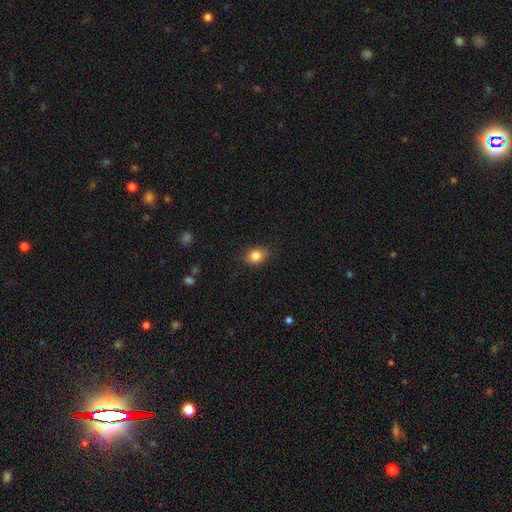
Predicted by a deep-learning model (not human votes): A smooth galaxy with no disk features (85%) that is in between round and cigar-shaped (61%).

Vote fractions:
- Smooth or featured? smooth: 85% / star or artifact: 9% / featured or disk: 6%
- How rounded? in between: 61% / round: 37% / cigar-shaped: 1%
- Merging? none: 83% / minor disturbance: 13% / major disturbance: 3% / merger: 1%